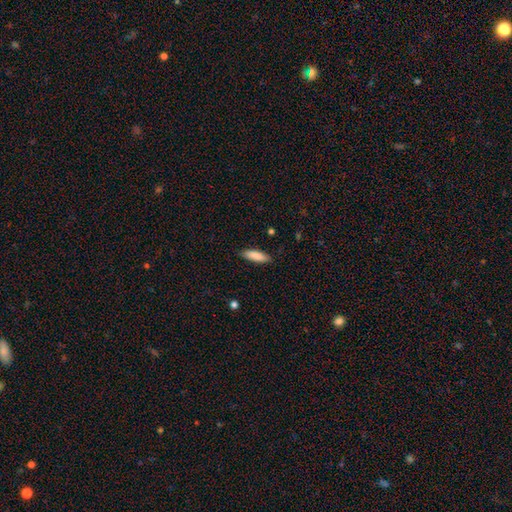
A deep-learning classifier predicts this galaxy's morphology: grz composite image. It shows a smooth galaxy with no disk features (86%) that is cigar-shaped (59%). Merging: none (86%).